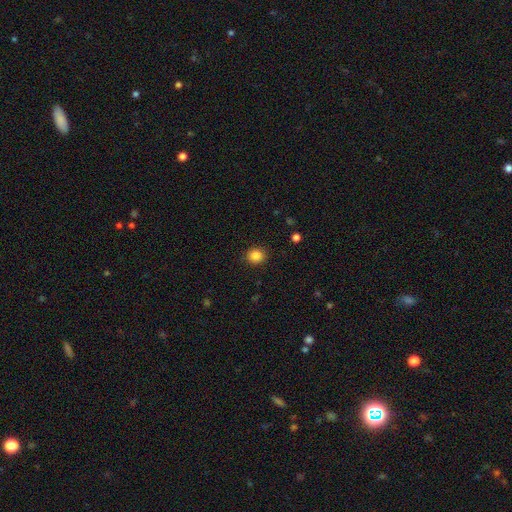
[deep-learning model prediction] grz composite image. It shows a smooth galaxy with no disk features (86%) that is round (79%). Merging: none (90%).